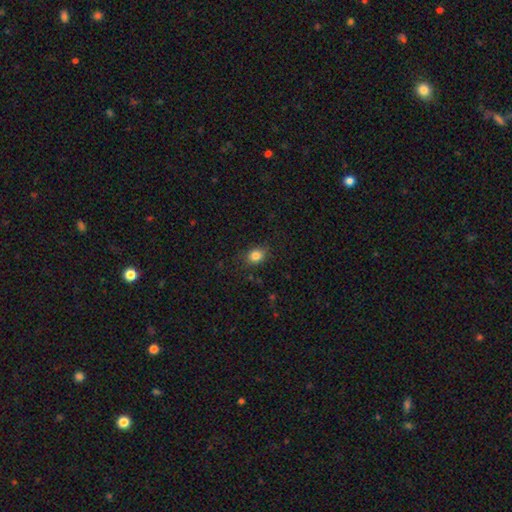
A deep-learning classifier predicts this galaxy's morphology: type=smooth (83%); roundness=round (53%); merging=none (82%).